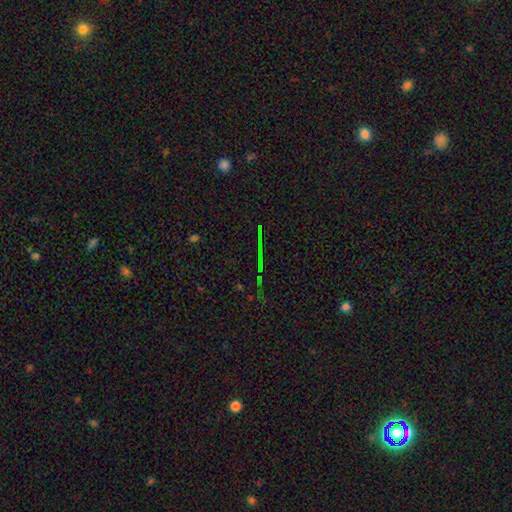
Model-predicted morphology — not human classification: star or artifact 75%, featured or disk 14%, smooth 11%.